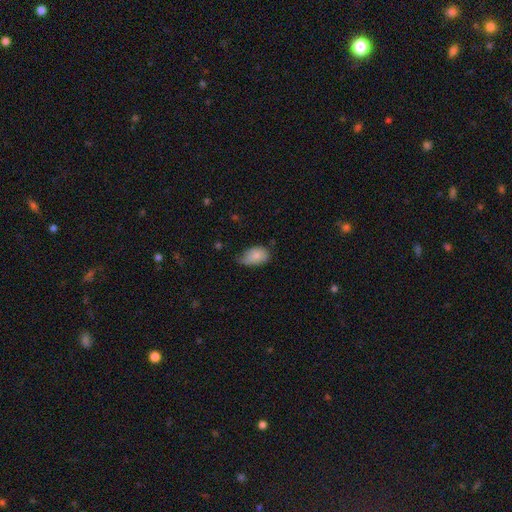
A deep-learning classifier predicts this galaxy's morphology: smooth-or-featured: smooth: 82% | featured or disk: 10% | star or artifact: 7%
  how-rounded: in between: 89% | round: 10% | cigar-shaped: 1%
  merging: minor disturbance: 47% | none: 39% | major disturbance: 12% | merger: 2%